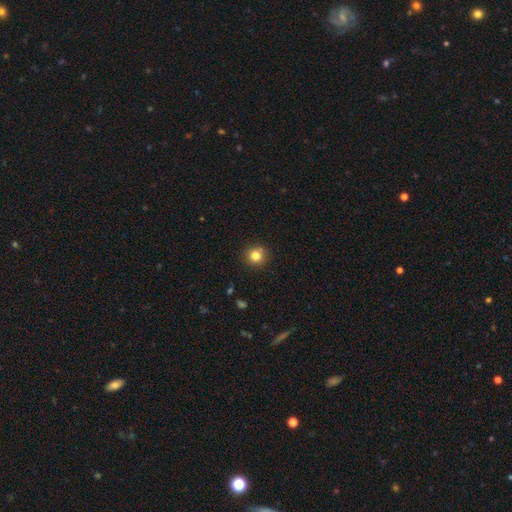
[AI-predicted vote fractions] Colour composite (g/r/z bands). It shows a smooth galaxy with no disk features (81%) that is round (91%). Merging: none (83%).